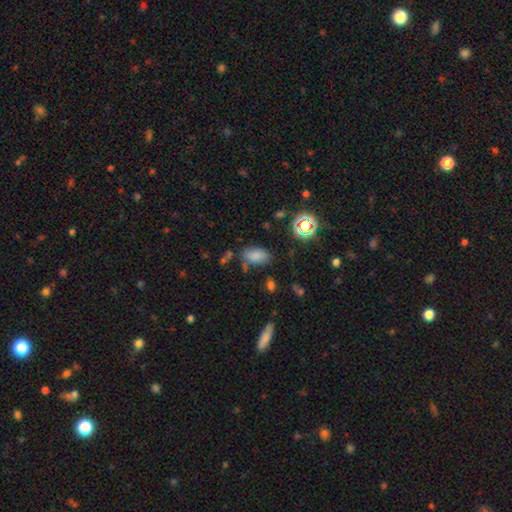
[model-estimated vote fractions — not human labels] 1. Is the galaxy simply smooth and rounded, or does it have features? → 77% smooth, 16% star or artifact, 7% featured or disk.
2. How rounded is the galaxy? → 91% in between, 7% round, 3% cigar-shaped.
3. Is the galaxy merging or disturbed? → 66% none, 20% minor disturbance, 8% merger, 7% major disturbance.